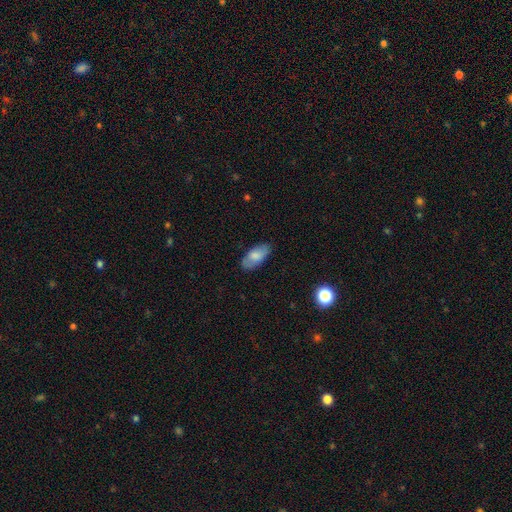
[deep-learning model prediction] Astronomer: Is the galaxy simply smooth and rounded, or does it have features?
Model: smooth — 75%.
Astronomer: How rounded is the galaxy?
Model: in between — 92%.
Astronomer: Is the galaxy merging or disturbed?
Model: none — 80%.